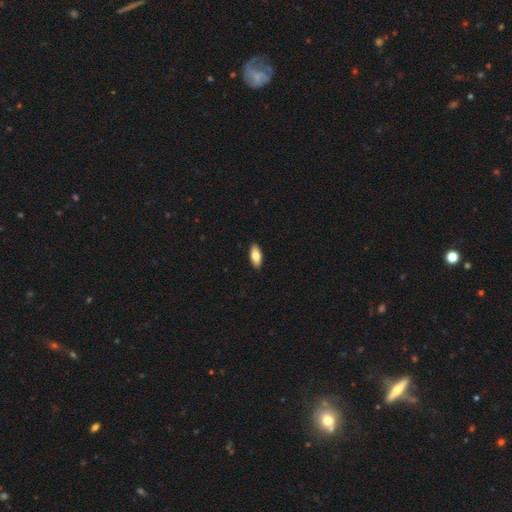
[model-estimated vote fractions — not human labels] Morphology: type=smooth (77%); roundness=in between (86%); merging=none (90%).